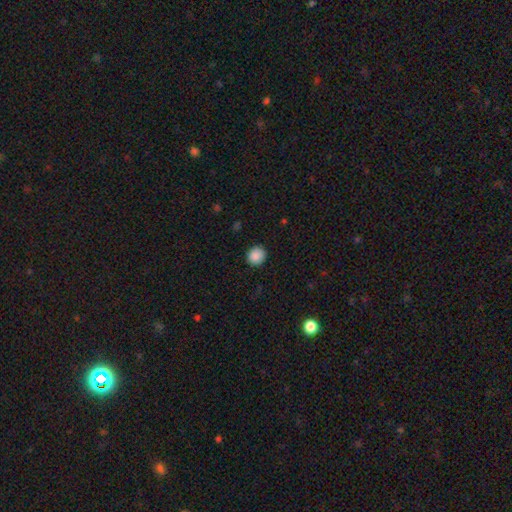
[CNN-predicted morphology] Smooth or featured: smooth — 88% (star or artifact — 9%)
How rounded: round — 89% (in between — 10%)
Merging: none — 90% (minor disturbance — 7%)